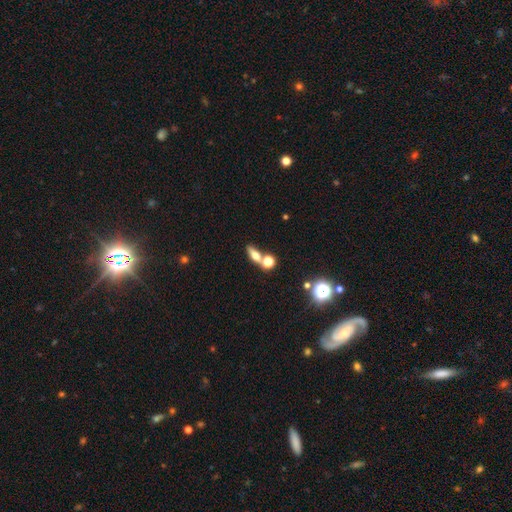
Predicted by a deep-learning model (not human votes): Smooth or featured? smooth (63%)
How rounded? in between (57%)
Merging? none (50%)